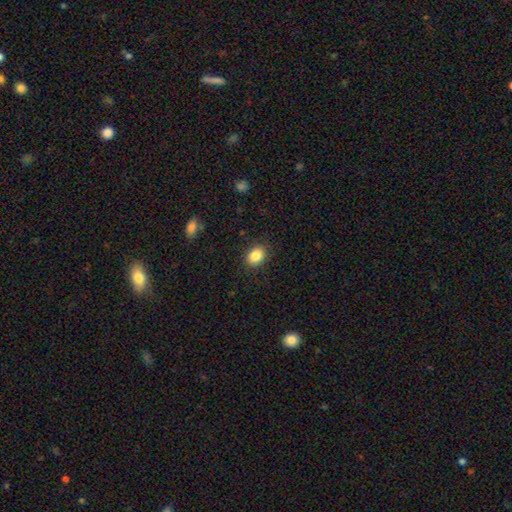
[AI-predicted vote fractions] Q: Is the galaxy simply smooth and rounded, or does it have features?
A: smooth — 86%.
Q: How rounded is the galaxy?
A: in between — 64%.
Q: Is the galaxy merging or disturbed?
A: none — 88%.